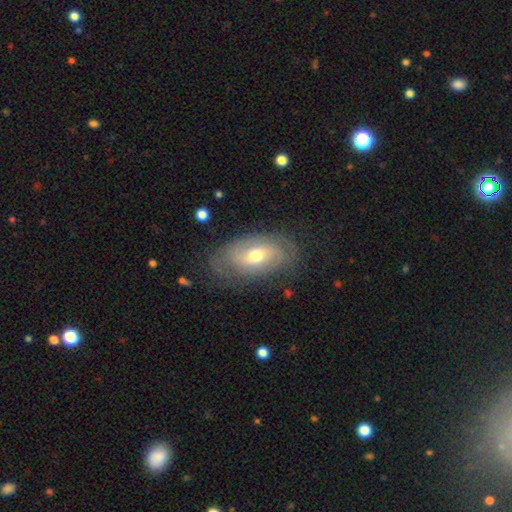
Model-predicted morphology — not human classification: Smooth or featured? Predicted: featured or disk (p=0.66). Edge-on disk? Predicted: no (p=0.92). Bar? Predicted: no (p=0.51). Spiral arms? Predicted: yes (p=0.80). Bulge size? Predicted: moderate (p=0.65). Merging? Predicted: none (p=0.71).